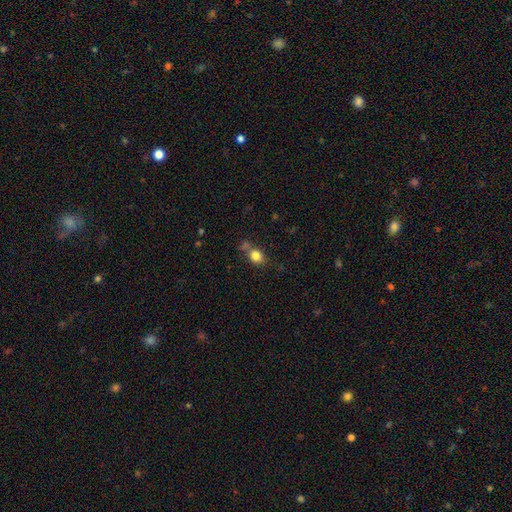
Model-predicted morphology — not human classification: Smooth or featured?
  - smooth: 81% *
  - star or artifact: 11%
  - featured or disk: 8%
How rounded?
  - round: 58% *
  - in between: 40%
  - cigar-shaped: 2%
Merging?
  - none: 61% *
  - minor disturbance: 17%
  - merger: 16%
  - major disturbance: 6%